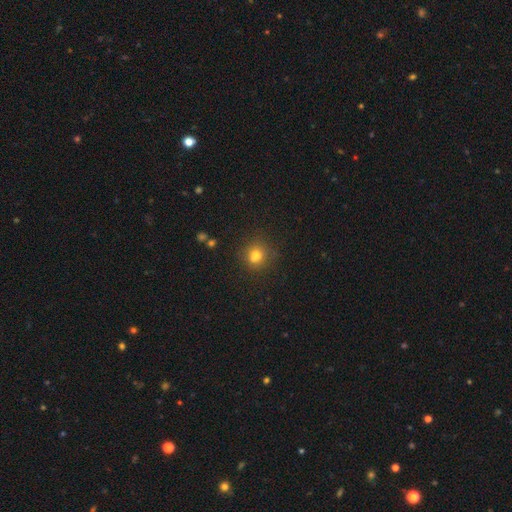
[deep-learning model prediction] smooth-or-featured: smooth: 74% | star or artifact: 15% | featured or disk: 11%
  how-rounded: round: 80% | in between: 19% | cigar-shaped: 1%
  merging: none: 62% | merger: 21% | minor disturbance: 13% | major disturbance: 4%